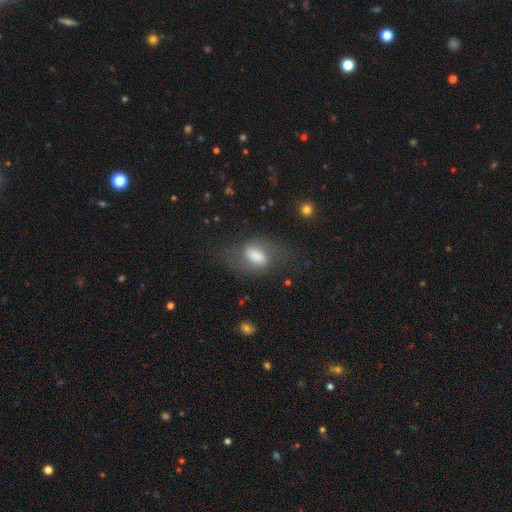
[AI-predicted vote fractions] Smooth or featured: smooth — 51% (featured or disk — 40%)
How rounded: in between — 84% (round — 12%)
Merging: none — 58% (minor disturbance — 21%)